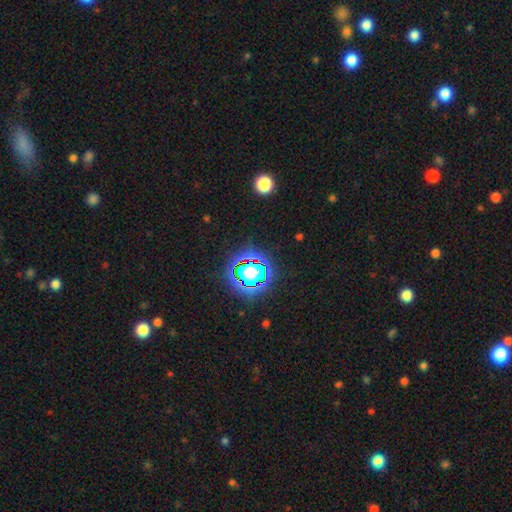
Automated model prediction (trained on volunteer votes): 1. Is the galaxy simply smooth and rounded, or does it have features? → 82% star or artifact, 11% smooth, 7% featured or disk.